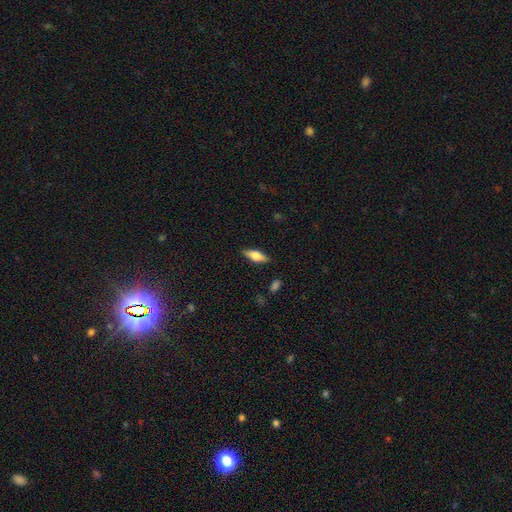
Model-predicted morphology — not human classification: Smooth or featured: smooth — 65% (featured or disk — 28%)
How rounded: in between — 65% (cigar-shaped — 33%)
Merging: none — 86% (minor disturbance — 10%)